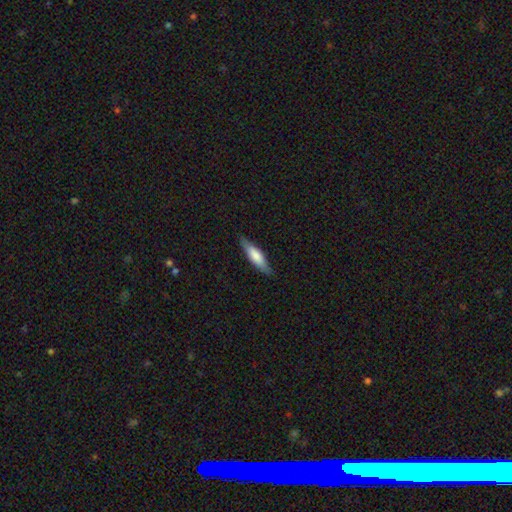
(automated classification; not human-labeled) smooth-or-featured: smooth: 67% | featured or disk: 28% | star or artifact: 5%
  how-rounded: cigar-shaped: 69% | in between: 29% | round: 2%
  merging: none: 85% | minor disturbance: 12% | major disturbance: 2% | merger: 1%